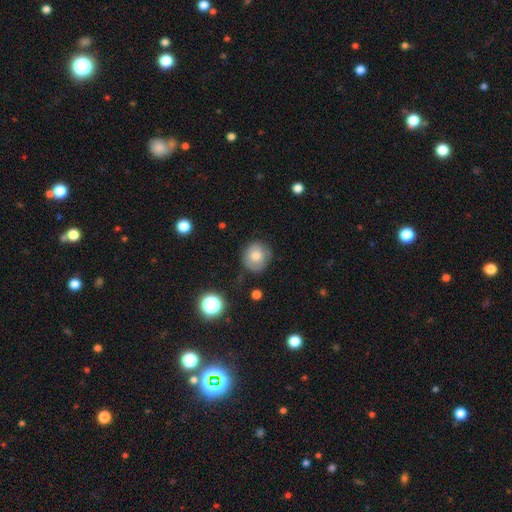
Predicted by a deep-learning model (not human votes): Smooth or featured? Predicted: smooth (p=0.65). How rounded? Predicted: round (p=0.83). Merging? Predicted: none (p=0.72).